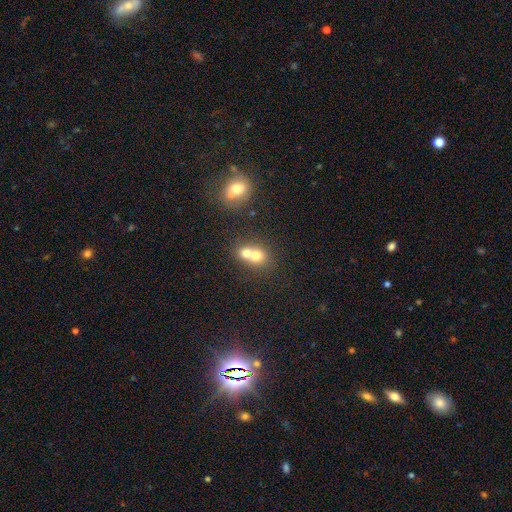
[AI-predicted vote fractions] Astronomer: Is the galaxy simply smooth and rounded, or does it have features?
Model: smooth — 70%.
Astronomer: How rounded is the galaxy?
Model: round — 67%.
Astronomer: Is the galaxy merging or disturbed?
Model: merger — 71%.